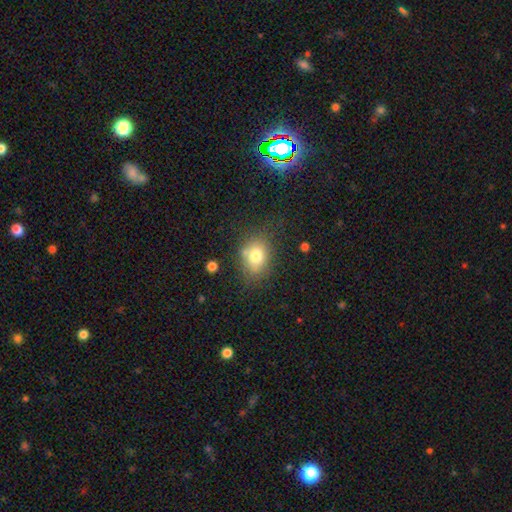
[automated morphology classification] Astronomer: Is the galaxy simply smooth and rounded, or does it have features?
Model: smooth — 77%.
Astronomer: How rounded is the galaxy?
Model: in between — 62% (runner-up: round, 37%).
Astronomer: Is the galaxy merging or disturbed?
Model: none — 69%.